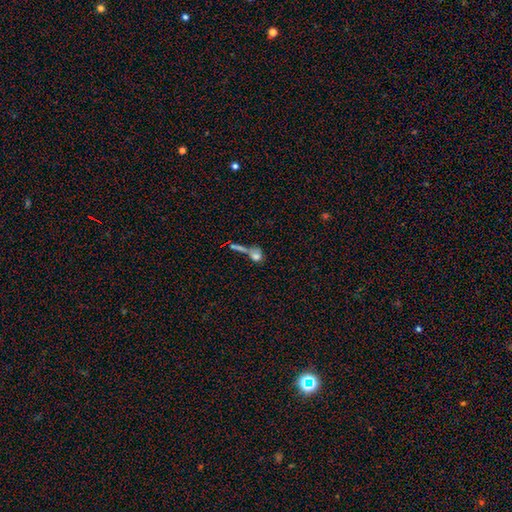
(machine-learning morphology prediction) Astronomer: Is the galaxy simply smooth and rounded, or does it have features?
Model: smooth — 66%.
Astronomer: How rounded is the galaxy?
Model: round — 46% (runner-up: in between, 41%).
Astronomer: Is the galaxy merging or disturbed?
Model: merger — 40% (runner-up: none, 34%).